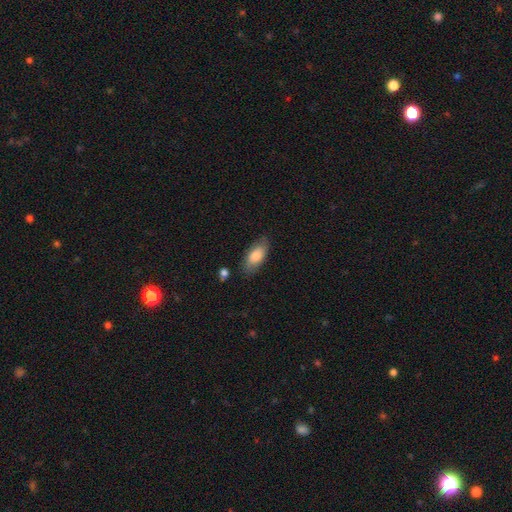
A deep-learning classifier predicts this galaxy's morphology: This appears to be a smooth galaxy with no disk features (79%) that is in between round and cigar-shaped (88%). Merging: none (78%).